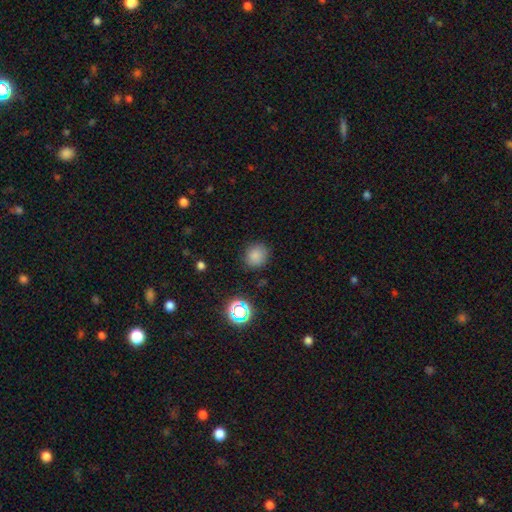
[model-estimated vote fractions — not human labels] smooth-or-featured: smooth: 80% | star or artifact: 15% | featured or disk: 5%
  how-rounded: round: 83% | in between: 16% | cigar-shaped: 1%
  merging: none: 85% | minor disturbance: 10% | major disturbance: 3% | merger: 2%